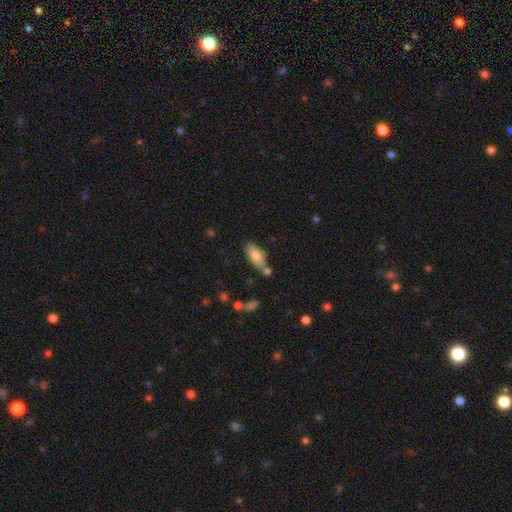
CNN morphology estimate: Overall: smooth (76%). How rounded: in between (85%). Merging: none (64%).